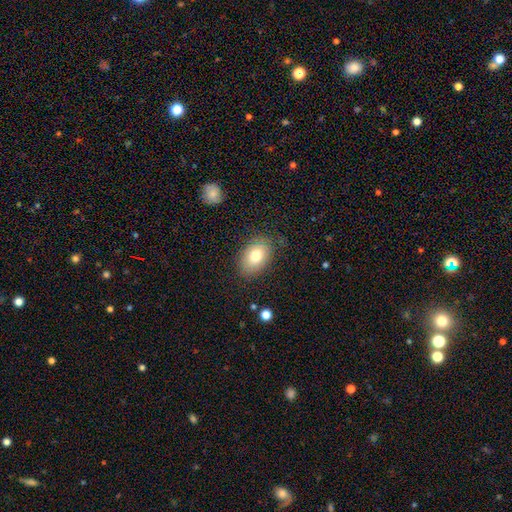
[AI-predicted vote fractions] Smooth or featured?
  - smooth: 76% *
  - featured or disk: 16%
  - star or artifact: 8%
How rounded?
  - in between: 84% *
  - round: 15%
  - cigar-shaped: 1%
Merging?
  - none: 79% *
  - minor disturbance: 15%
  - major disturbance: 4%
  - merger: 2%